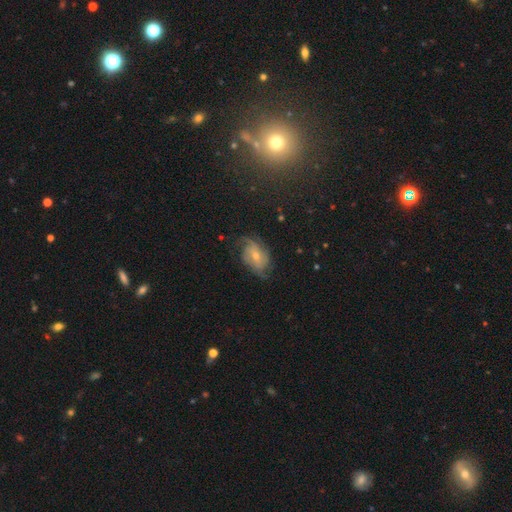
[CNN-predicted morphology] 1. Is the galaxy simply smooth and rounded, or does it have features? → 75% featured or disk, 17% smooth, 8% star or artifact.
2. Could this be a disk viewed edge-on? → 96% no, 4% yes.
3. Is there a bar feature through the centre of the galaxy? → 58% no, 34% weak, 8% strong.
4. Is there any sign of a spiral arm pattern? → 93% yes, 7% no.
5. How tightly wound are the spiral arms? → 42% medium, 34% tight, 24% loose.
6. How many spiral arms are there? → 28% 2, 27% 3, 25% can't tell, 8% 4, 7% 1, 5% more than 4.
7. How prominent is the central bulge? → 51% small, 45% moderate, 2% large, 2% none, 1% dominant.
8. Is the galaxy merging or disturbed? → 61% none, 23% minor disturbance, 14% major disturbance, 2% merger.